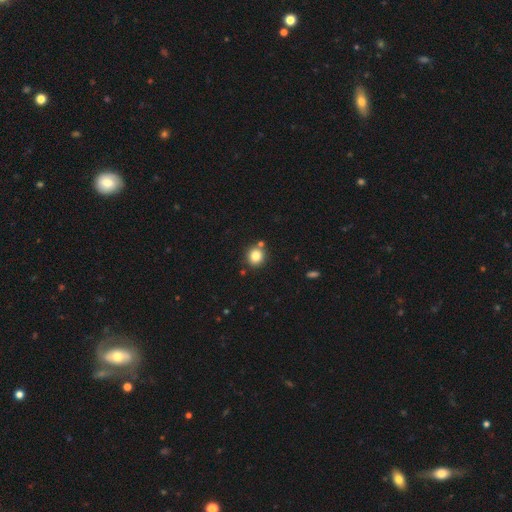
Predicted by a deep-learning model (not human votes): A smooth galaxy with no disk features (83%) that is round (87%). Merging: none (79%).